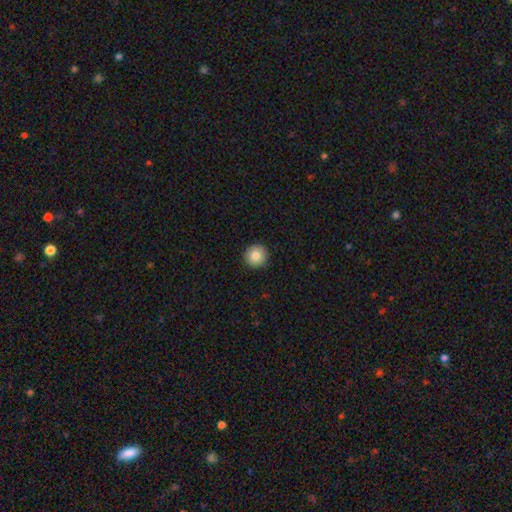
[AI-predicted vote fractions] This is clearly a smooth galaxy (84%). How rounded: clearly round (95%). Merging: clearly none (92%).